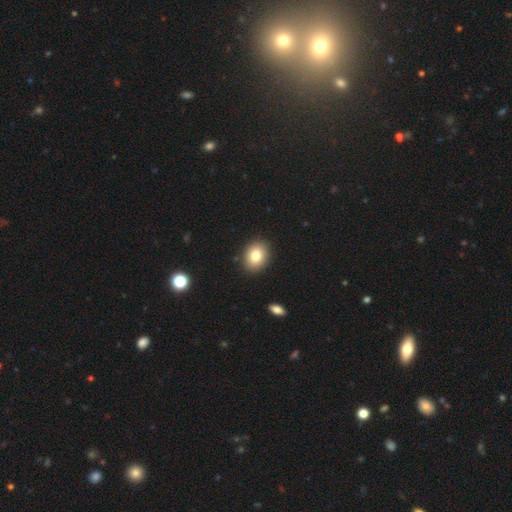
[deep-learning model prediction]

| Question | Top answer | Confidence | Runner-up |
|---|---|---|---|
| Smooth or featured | smooth | 80% | featured or disk (10%) |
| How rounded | in between | 55% | round (44%) |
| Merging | none | 90% | minor disturbance (7%) |